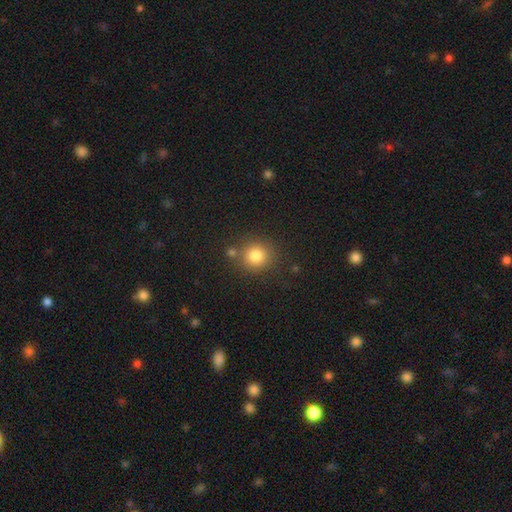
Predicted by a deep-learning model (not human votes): smooth-or-featured: smooth: 81% | star or artifact: 12% | featured or disk: 7%
  how-rounded: round: 88% | in between: 11% | cigar-shaped: 1%
  merging: none: 76% | merger: 10% | minor disturbance: 10% | major disturbance: 4%